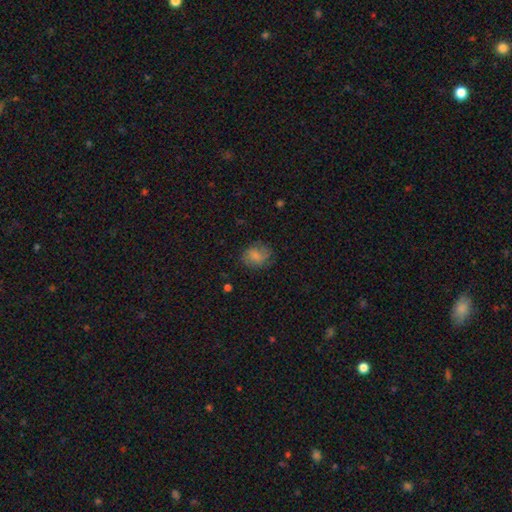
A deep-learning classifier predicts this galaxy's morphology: Q: Smooth or featured?
A: smooth (71%); runner-up: featured or disk (19%)
Q: How rounded?
A: round (56%); runner-up: in between (43%)
Q: Merging?
A: none (68%); runner-up: minor disturbance (21%)